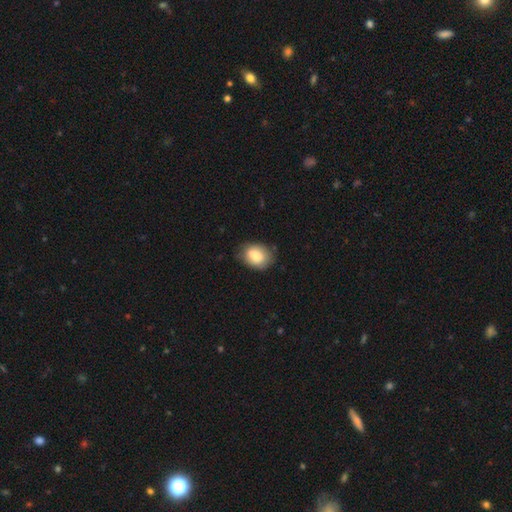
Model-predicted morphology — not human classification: Q: Smooth or featured?
A: smooth (83%); runner-up: featured or disk (10%)
Q: How rounded?
A: in between (77%); runner-up: round (22%)
Q: Merging?
A: none (73%); runner-up: minor disturbance (21%)